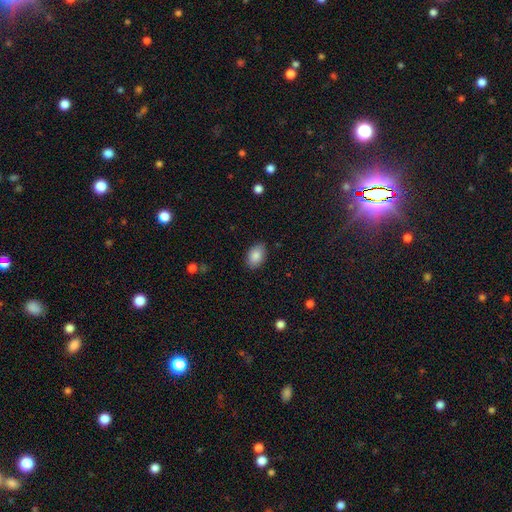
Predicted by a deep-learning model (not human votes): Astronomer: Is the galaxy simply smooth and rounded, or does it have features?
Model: smooth — 87%.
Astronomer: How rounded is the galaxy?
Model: in between — 88%.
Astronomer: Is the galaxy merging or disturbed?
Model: none — 85%.